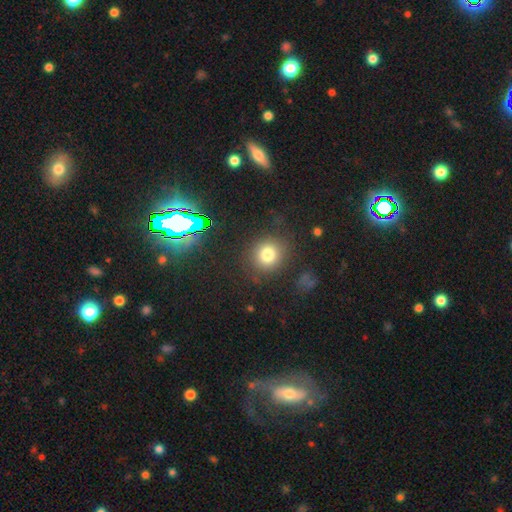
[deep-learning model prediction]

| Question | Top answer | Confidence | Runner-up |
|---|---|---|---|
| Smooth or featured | star or artifact | 44% | smooth (43%) |